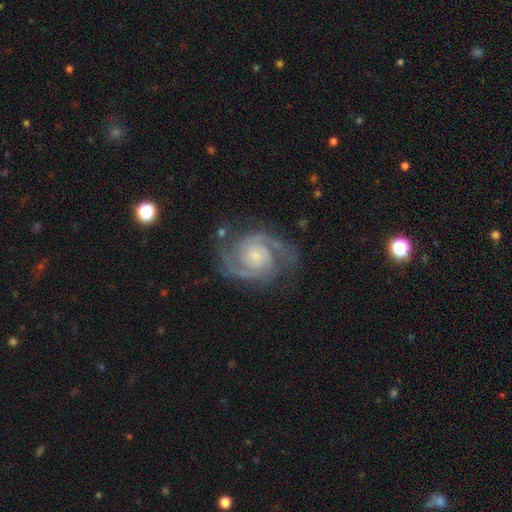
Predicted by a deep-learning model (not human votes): smooth_or_featured: featured or disk (p=0.92) [alt: star or artifact p=0.04]
disk_edge_on: no (p=0.98) [alt: yes p=0.02]
bar: no (p=0.67) [alt: weak p=0.26]
has_spiral_arms: yes (p=0.99) [alt: no p=0.01]
spiral_winding: tight (p=0.51) [alt: medium p=0.43]
spiral_arm_count: 2 (p=0.87) [alt: 3 p=0.06]
bulge_size: small (p=0.65) [alt: moderate p=0.25]
merging: none (p=0.78) [alt: minor disturbance p=0.14]